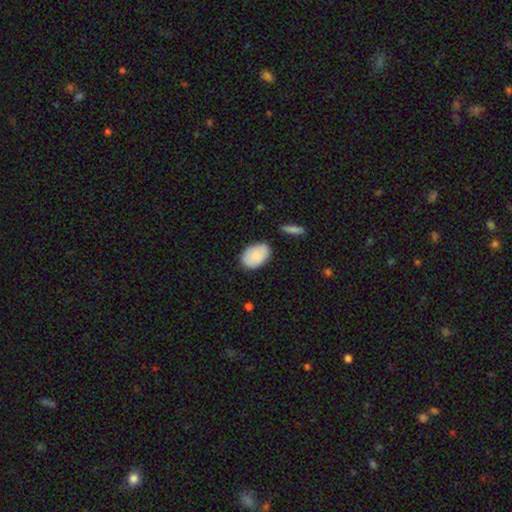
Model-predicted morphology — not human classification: The model was most divided on "merging": none: 79%, minor disturbance: 15%, major disturbance: 3%, merger: 3%. More confident: how rounded — in between (90%); smooth or featured — smooth (89%).